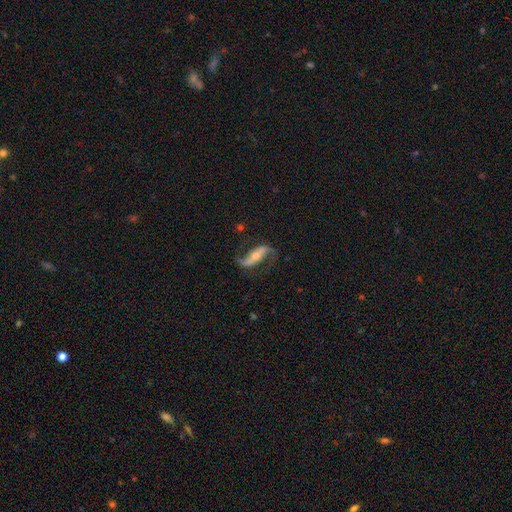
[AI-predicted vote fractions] featured or disk 87%, smooth 8%, star or artifact 5%. Down the decision tree: edge-on disk — no (91%); bar — strong (56%); spiral arms — yes (96%); spiral arm count — 2 (92%); spiral winding — loose (70%); bulge size — small (48%); merging — none (75%).